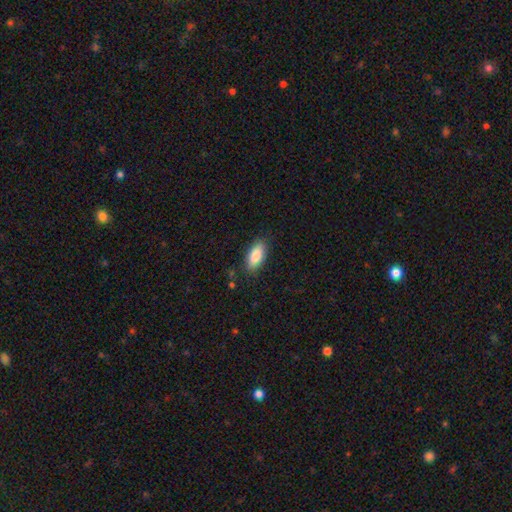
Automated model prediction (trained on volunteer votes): Smooth or featured: smooth — 85% (featured or disk — 8%)
How rounded: in between — 87% (cigar-shaped — 11%)
Merging: none — 85% (minor disturbance — 11%)